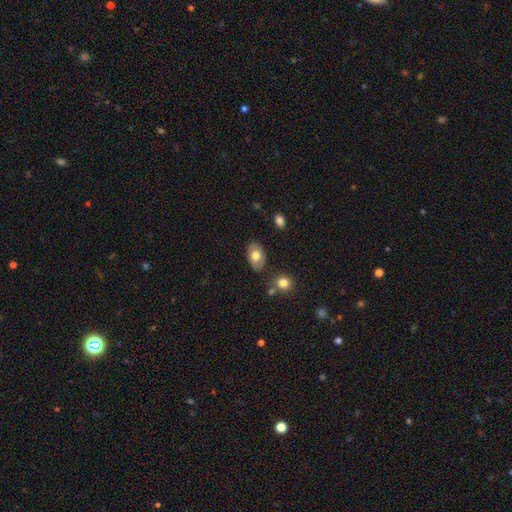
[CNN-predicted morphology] smooth_or_featured: smooth (p=0.71) [alt: featured or disk p=0.23]
how_rounded: in between (p=0.89) [alt: round p=0.10]
merging: none (p=0.81) [alt: minor disturbance p=0.13]